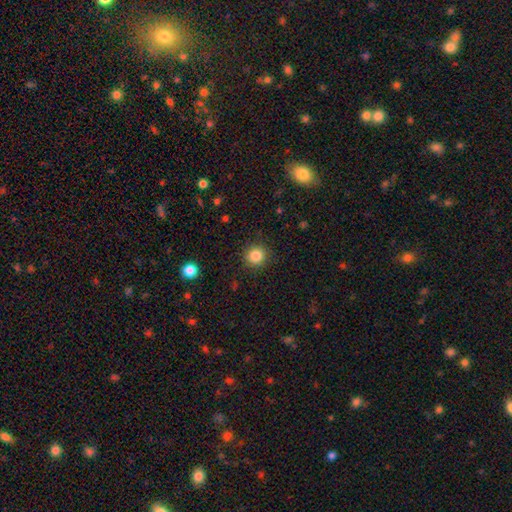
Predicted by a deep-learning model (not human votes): smooth 84%, star or artifact 11%, featured or disk 5%. Down the decision tree: how rounded — round (92%); merging — none (89%).